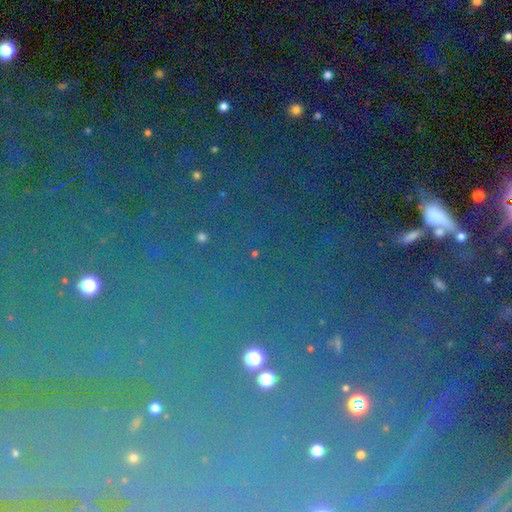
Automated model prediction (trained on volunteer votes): smooth_or_featured: star or artifact (p=0.73) [alt: smooth p=0.16]